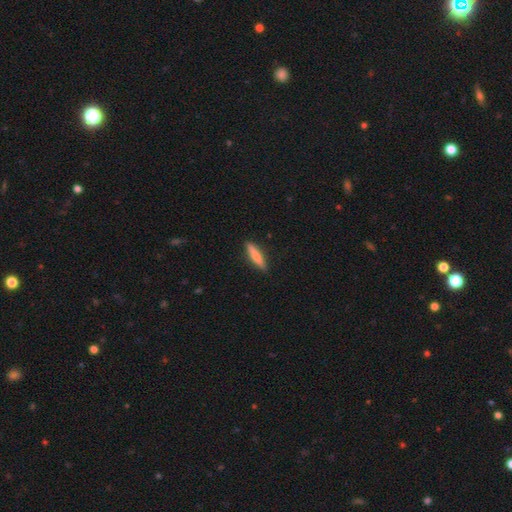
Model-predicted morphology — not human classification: This appears to be a smooth galaxy with no disk features (75%) that is cigar-shaped (85%). Merging: none (88%).